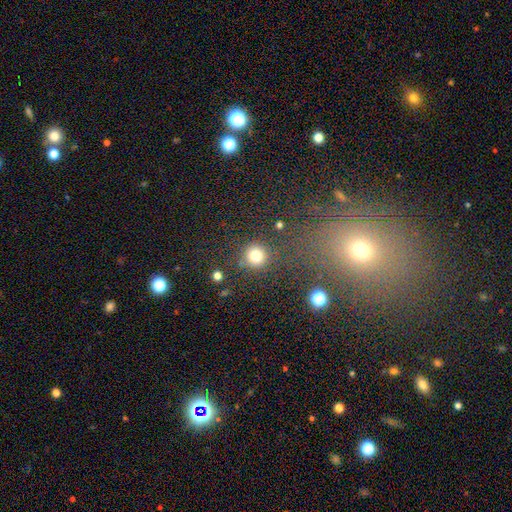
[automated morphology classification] The model was most divided on "smooth or featured": smooth: 79%, star or artifact: 15%, featured or disk: 6%. More confident: how rounded — round (94%); merging — none (83%).